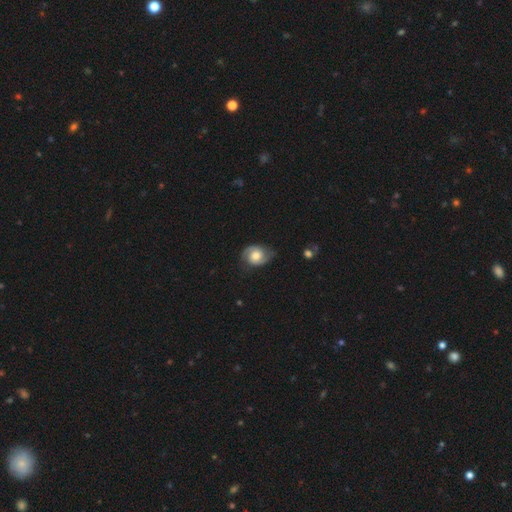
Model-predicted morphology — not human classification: This is likely a featured or disk galaxy (71%). It is clearly not viewed edge-on (97%). Bar: likely no (65%). Spiral arm pattern: clearly yes (92%). Spiral arm count: clearly 2 (88%). Spiral winding: possibly medium (46%). Central bulge: possibly moderate (58%). Merging: likely none (72%).